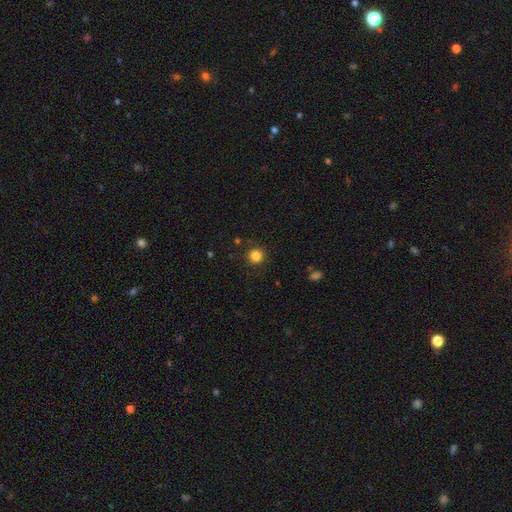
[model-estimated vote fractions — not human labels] Smooth or featured: smooth — 83% (star or artifact — 13%)
How rounded: round — 95% (in between — 4%)
Merging: none — 90% (minor disturbance — 6%)